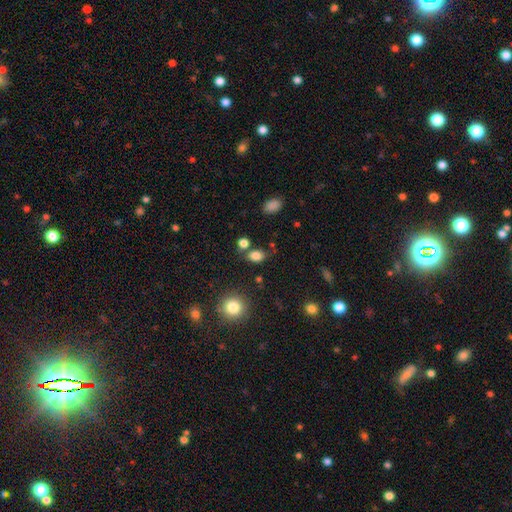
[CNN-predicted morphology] The model was most divided on "how rounded": in between: 73%, round: 25%, cigar-shaped: 2%. More confident: smooth or featured — smooth (82%); merging — none (67%).